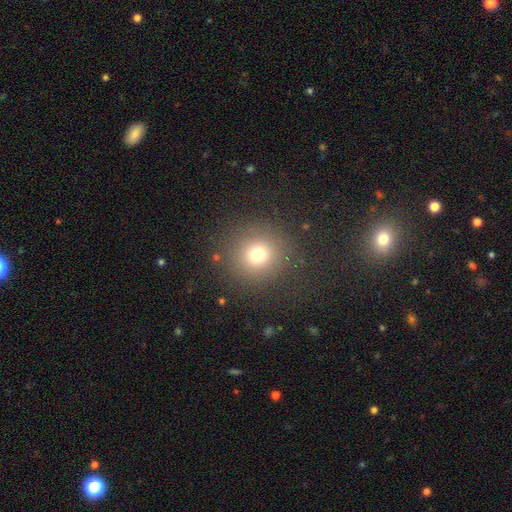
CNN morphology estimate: Smooth or featured?
  - smooth: 73% *
  - star or artifact: 17%
  - featured or disk: 10%
How rounded?
  - round: 92% *
  - in between: 7%
  - cigar-shaped: 1%
Merging?
  - none: 85% *
  - minor disturbance: 8%
  - major disturbance: 5%
  - merger: 2%